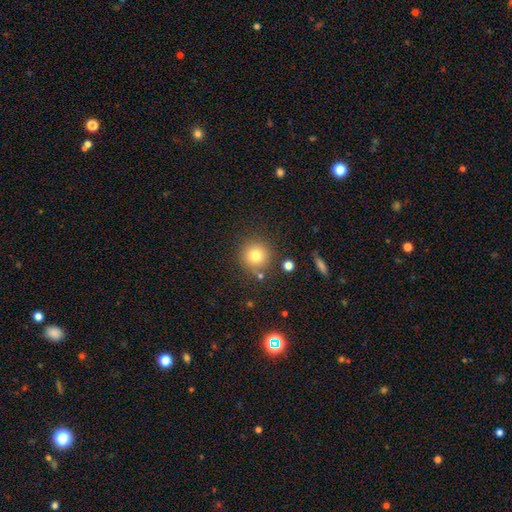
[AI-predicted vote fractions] Smooth or featured?
  - smooth: 79% *
  - star or artifact: 12%
  - featured or disk: 9%
How rounded?
  - round: 94% *
  - in between: 5%
  - cigar-shaped: 1%
Merging?
  - none: 82% *
  - minor disturbance: 9%
  - merger: 6%
  - major disturbance: 3%